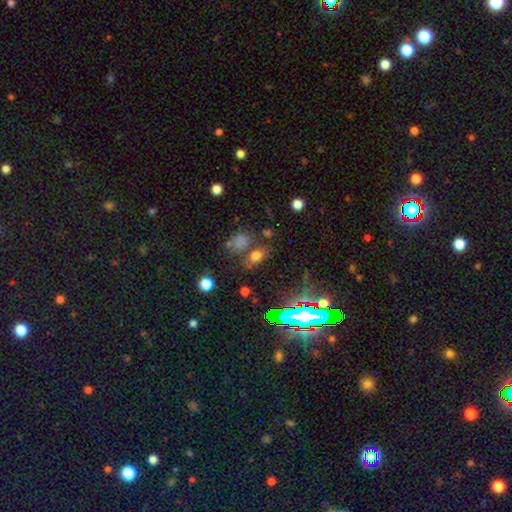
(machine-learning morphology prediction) This is likely a smooth galaxy (64%). How rounded: likely in between (64%). Merging: likely none (65%).